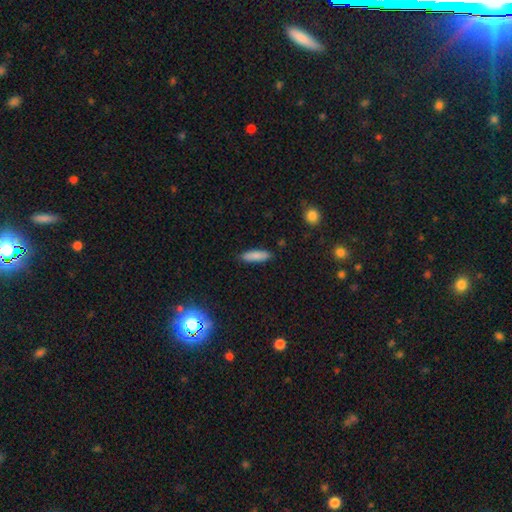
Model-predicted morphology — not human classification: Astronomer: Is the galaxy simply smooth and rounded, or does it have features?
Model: smooth — 84%.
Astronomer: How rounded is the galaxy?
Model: cigar-shaped — 64%.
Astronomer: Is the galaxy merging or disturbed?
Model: none — 86%.